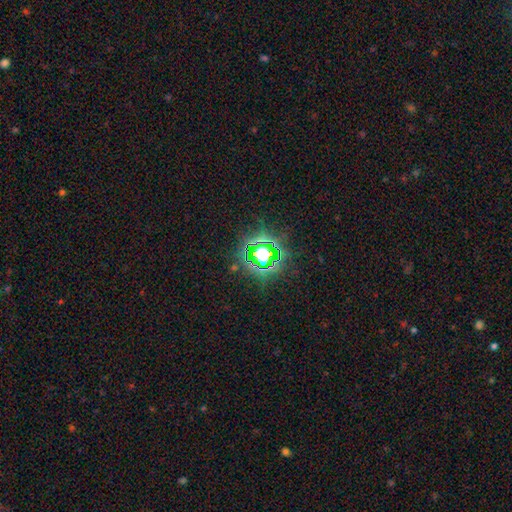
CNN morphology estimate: This appears to be a star or artifact, not a galaxy (74%).